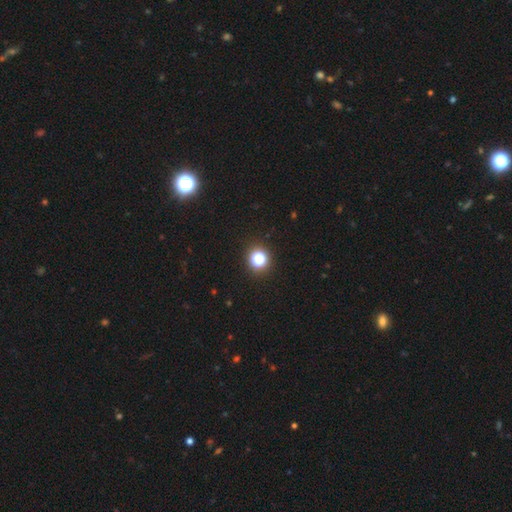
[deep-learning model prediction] Morphology: type=smooth (62%); roundness=round (89%); merging=none (87%).